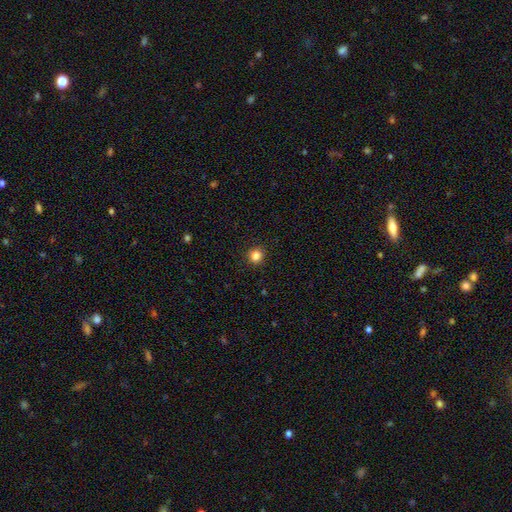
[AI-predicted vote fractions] A smooth galaxy with no disk features (83%) that is round (88%).

Vote fractions:
- Smooth or featured? smooth: 83% / star or artifact: 12% / featured or disk: 5%
- How rounded? round: 88% / in between: 11% / cigar-shaped: 1%
- Merging? none: 91% / minor disturbance: 6% / major disturbance: 2% / merger: 1%